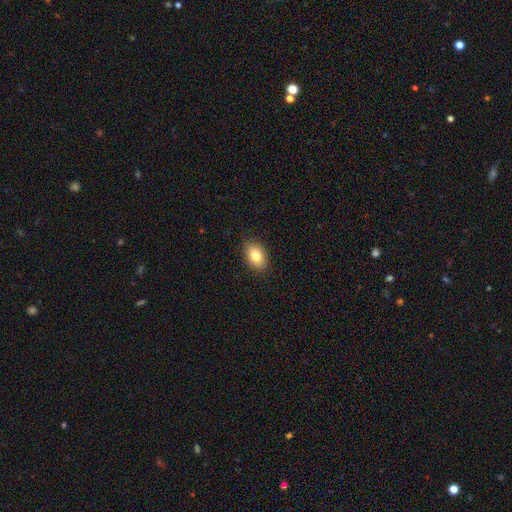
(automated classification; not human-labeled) This appears to be a smooth galaxy with no disk features (80%) that is in between round and cigar-shaped (84%). Merging: none (89%).